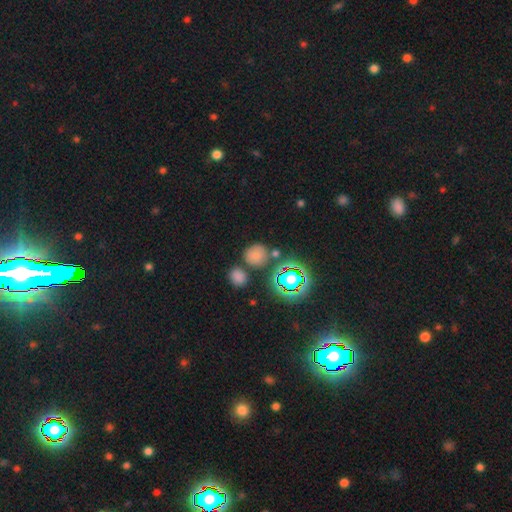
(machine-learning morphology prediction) This appears to be a smooth galaxy with no disk features (69%) that is round (83%). Merging: none (71%).